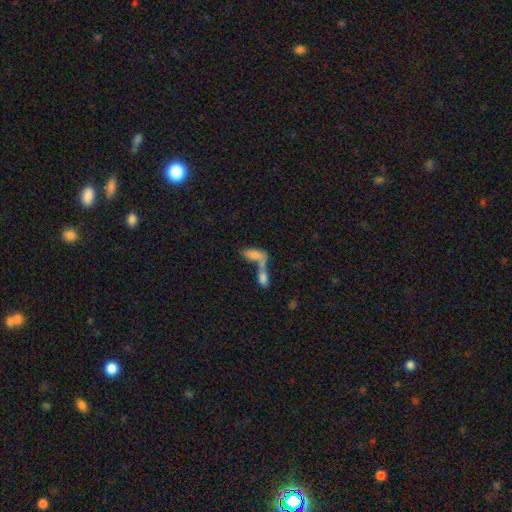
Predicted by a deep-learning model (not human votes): Q: Smooth or featured?
A: smooth (72%); runner-up: featured or disk (18%)
Q: How rounded?
A: in between (69%); runner-up: cigar-shaped (28%)
Q: Merging?
A: merger (74%); runner-up: none (14%)